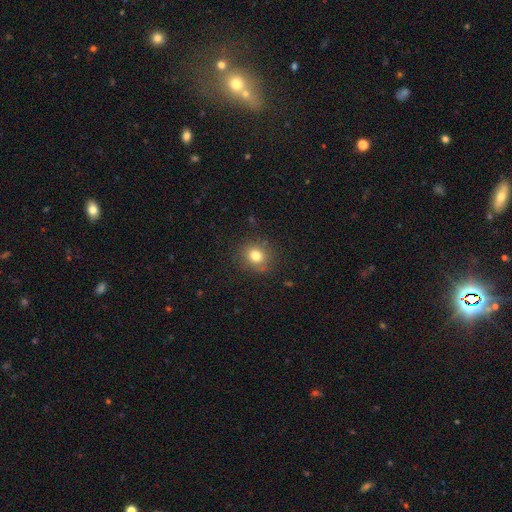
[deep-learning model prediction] Smooth or featured: smooth — 79% (star or artifact — 13%)
How rounded: round — 76% (in between — 24%)
Merging: none — 84% (minor disturbance — 11%)